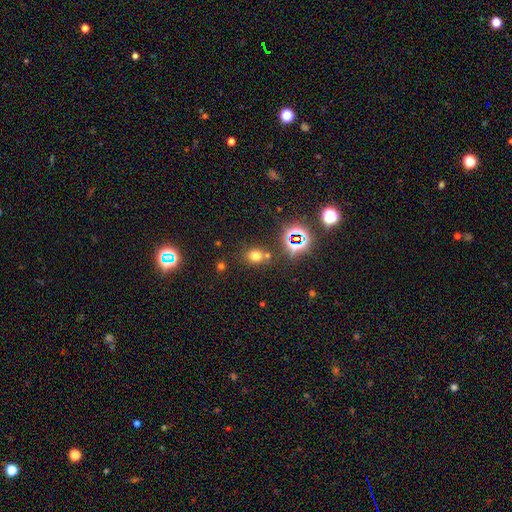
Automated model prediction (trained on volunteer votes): The model was most divided on "how rounded": round: 62%, in between: 37%, cigar-shaped: 1%. More confident: merging — none (71%); smooth or featured — smooth (64%).